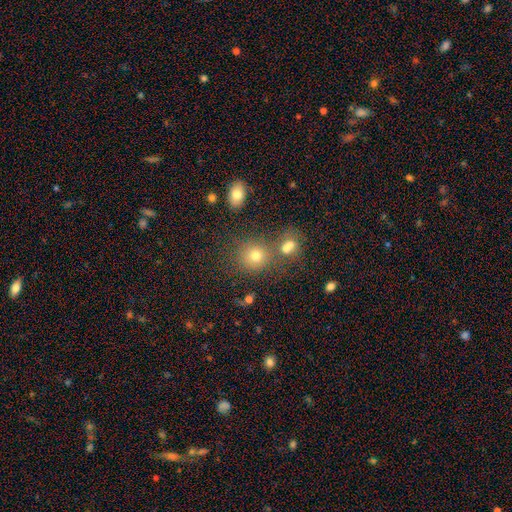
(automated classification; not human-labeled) A smooth galaxy with no disk features (72%) that is round (83%).

Vote fractions:
- Smooth or featured? smooth: 72% / star or artifact: 17% / featured or disk: 11%
- How rounded? round: 83% / in between: 16% / cigar-shaped: 1%
- Merging? none: 67% / merger: 17% / minor disturbance: 11% / major disturbance: 5%